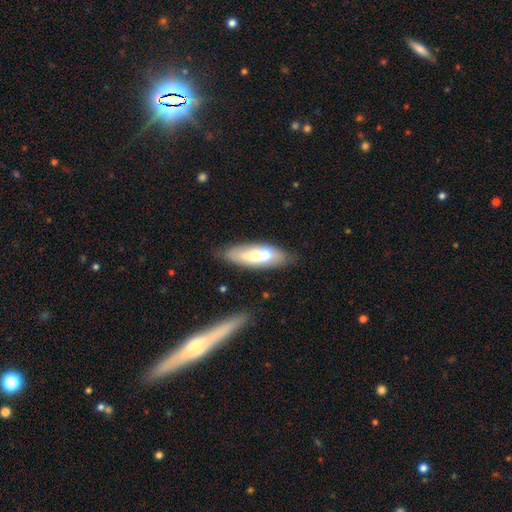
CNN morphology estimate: This is possibly a smooth galaxy (53%). How rounded: likely in between (70%). Merging: possibly none (48%).